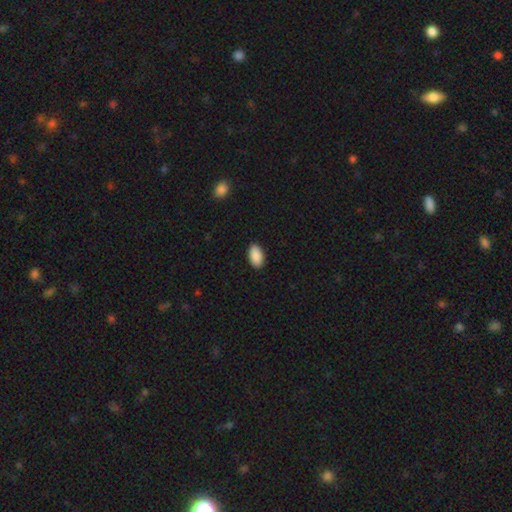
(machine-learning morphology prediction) smooth-or-featured: smooth: 91% | star or artifact: 6% | featured or disk: 3%
  how-rounded: in between: 95% | round: 3% | cigar-shaped: 2%
  merging: none: 90% | minor disturbance: 7% | major disturbance: 2% | merger: 1%